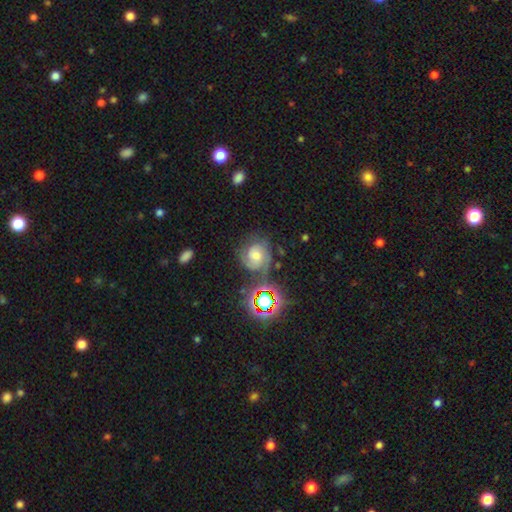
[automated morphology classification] Smooth or featured? featured or disk (62%)
Edge-on disk? no (97%)
Bar? no (67%)
Spiral arms? yes (92%)
Spiral winding? tight (52%)
Spiral arm count? 2 (51%)
Bulge size? moderate (58%)
Merging? none (61%)